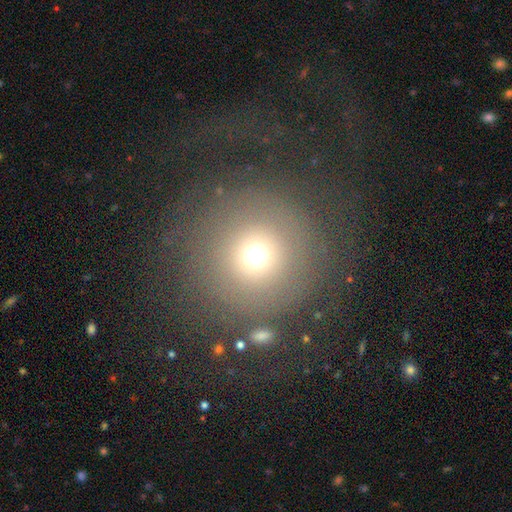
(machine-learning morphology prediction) This is likely a smooth galaxy (69%). How rounded: clearly round (96%). Merging: likely none (76%).